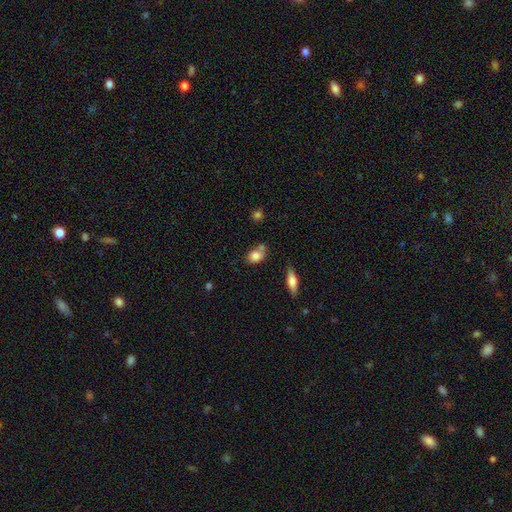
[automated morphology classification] Overall: smooth (80%). How rounded: in between (72%). Merging: none (48%; minor disturbance 25%).